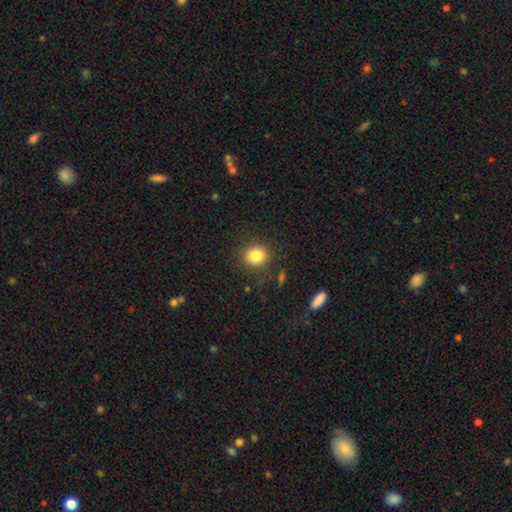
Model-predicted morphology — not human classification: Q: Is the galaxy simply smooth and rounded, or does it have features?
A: smooth — 83%.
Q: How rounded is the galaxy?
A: round — 77%.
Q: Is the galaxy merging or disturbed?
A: none — 87%.